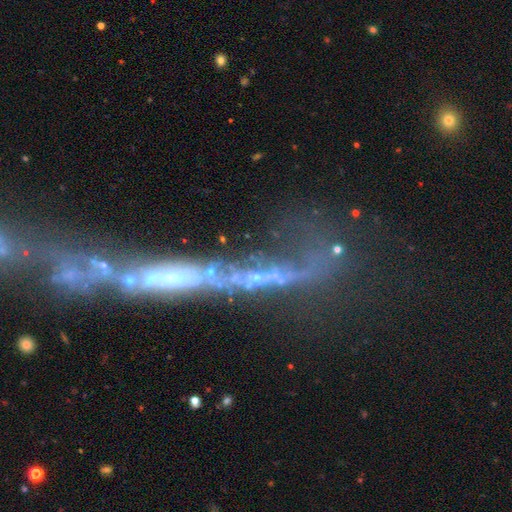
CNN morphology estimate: smooth_or_featured: featured or disk (p=0.65) [alt: star or artifact p=0.19]
disk_edge_on: yes (p=0.50) [tied with: no p=0.50]
merging: merger (p=0.30) [alt: major disturbance p=0.28]